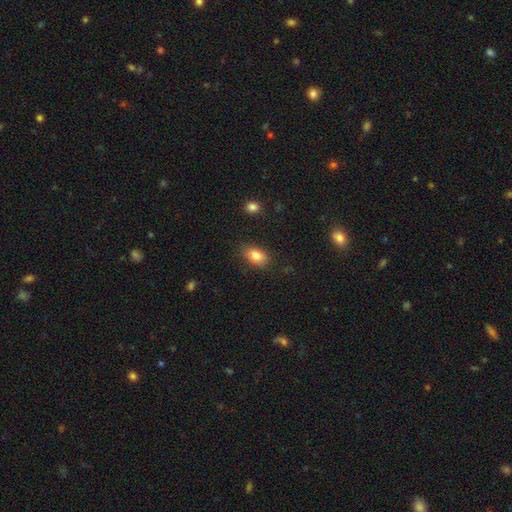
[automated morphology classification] Q: Smooth or featured?
A: smooth (84%); runner-up: star or artifact (9%)
Q: How rounded?
A: in between (88%); runner-up: round (9%)
Q: Merging?
A: none (81%); runner-up: minor disturbance (14%)